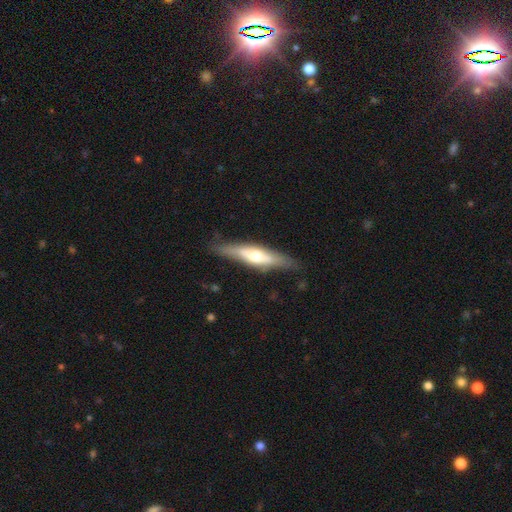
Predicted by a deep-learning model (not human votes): Smooth or featured? featured or disk (58%)
Edge-on disk? yes (85%)
Merging? none (79%)